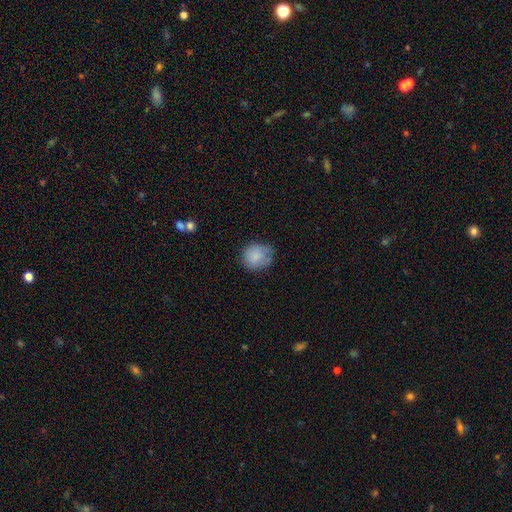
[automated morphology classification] A smooth galaxy with no disk features (81%) that is round (76%).

Vote fractions:
- Smooth or featured? smooth: 81% / featured or disk: 11% / star or artifact: 8%
- How rounded? round: 76% / in between: 23% / cigar-shaped: 1%
- Merging? none: 57% / minor disturbance: 31% / major disturbance: 9% / merger: 4%